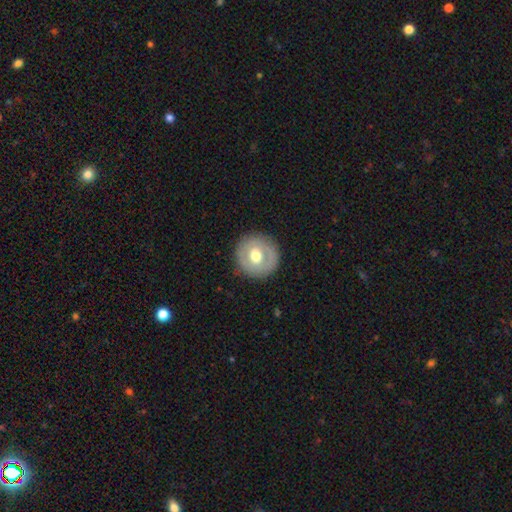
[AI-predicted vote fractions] smooth 51%, featured or disk 42%, star or artifact 7%. Down the decision tree: how rounded — round (93%); merging — none (87%).